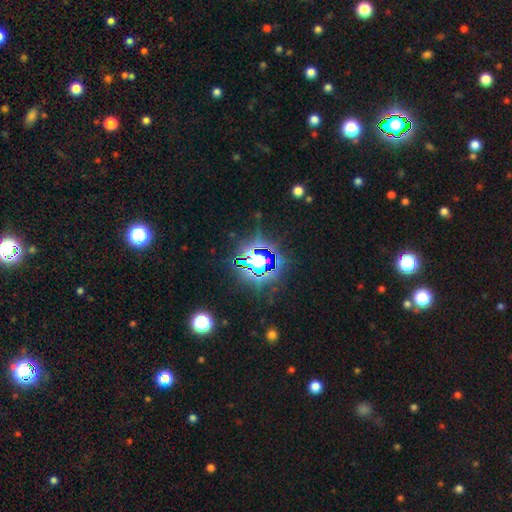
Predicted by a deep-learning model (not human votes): smooth_or_featured: star or artifact (p=0.78) [alt: smooth p=0.13]